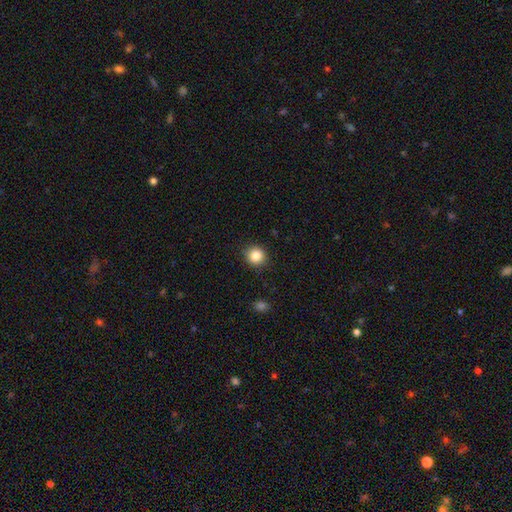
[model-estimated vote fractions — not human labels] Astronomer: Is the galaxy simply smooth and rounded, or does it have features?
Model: smooth — 85%.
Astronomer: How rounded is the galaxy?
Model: round — 90%.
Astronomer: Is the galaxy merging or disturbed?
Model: none — 89%.